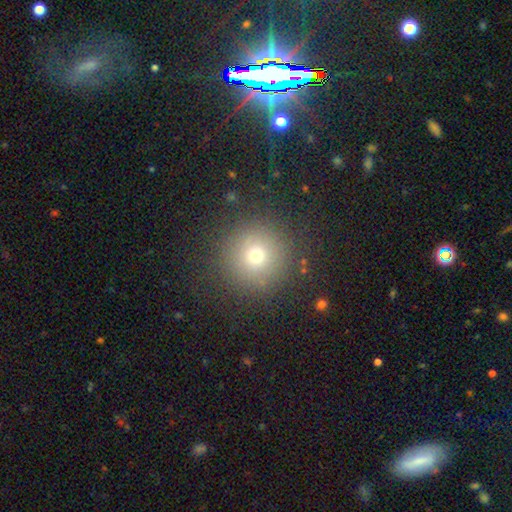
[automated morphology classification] smooth 69%, star or artifact 19%, featured or disk 12%. Down the decision tree: how rounded — round (95%); merging — none (88%).